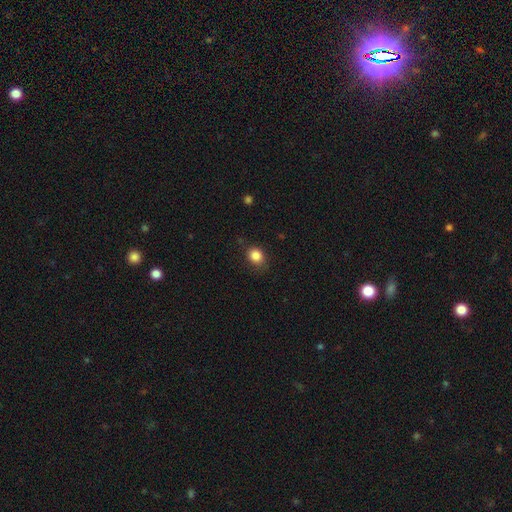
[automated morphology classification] A smooth galaxy with no disk features (85%) that is round (60%). Merging: none (77%).